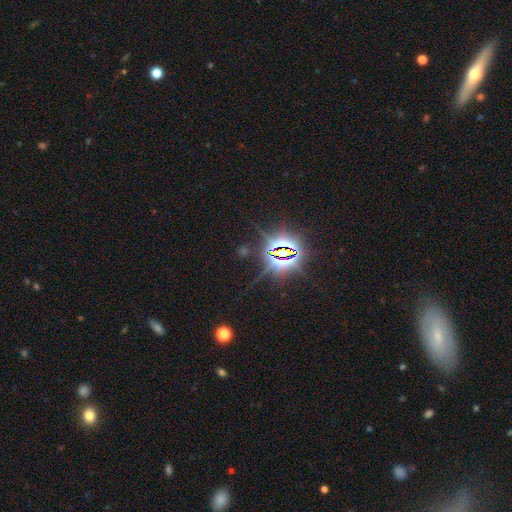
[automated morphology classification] Overall: star or artifact (81%).